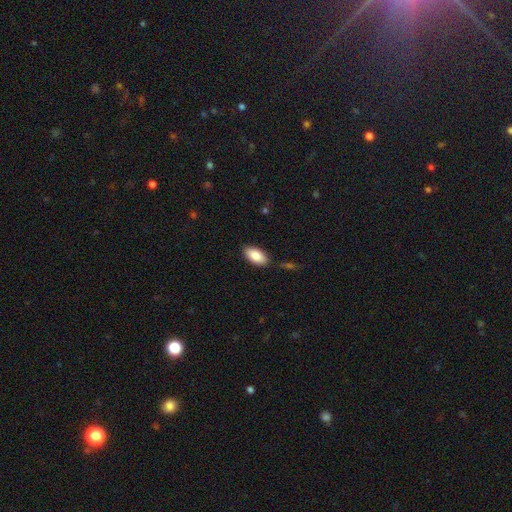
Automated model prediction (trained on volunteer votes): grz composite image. It shows a smooth galaxy with no disk features (85%) that is in between round and cigar-shaped (94%). Merging: none (85%).